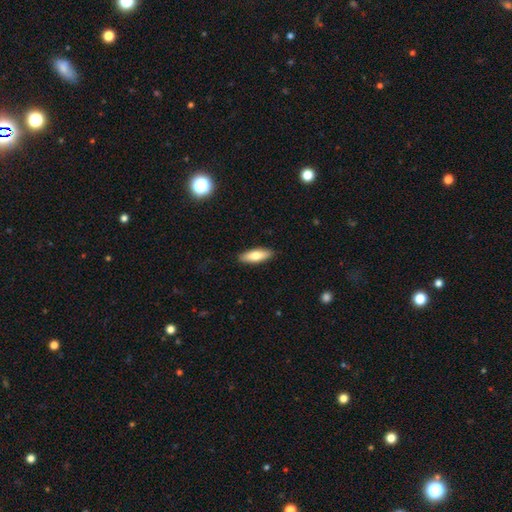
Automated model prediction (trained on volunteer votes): Q: Smooth or featured?
A: smooth (75%); runner-up: featured or disk (19%)
Q: How rounded?
A: in between (61%); runner-up: cigar-shaped (37%)
Q: Merging?
A: none (89%); runner-up: minor disturbance (8%)